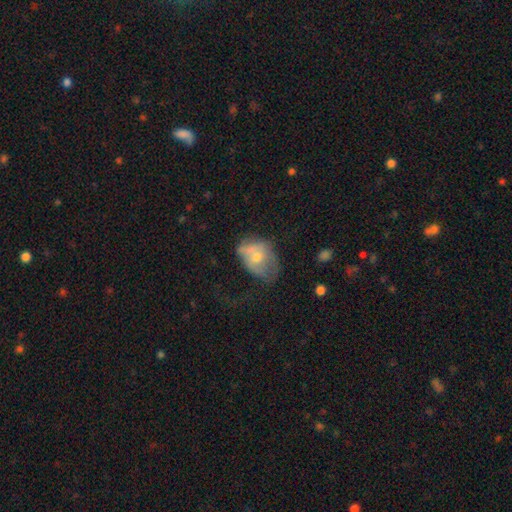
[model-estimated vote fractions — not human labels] smooth 56%, featured or disk 35%, star or artifact 9%. Down the decision tree: how rounded — in between (70%); merging — minor disturbance (33%).